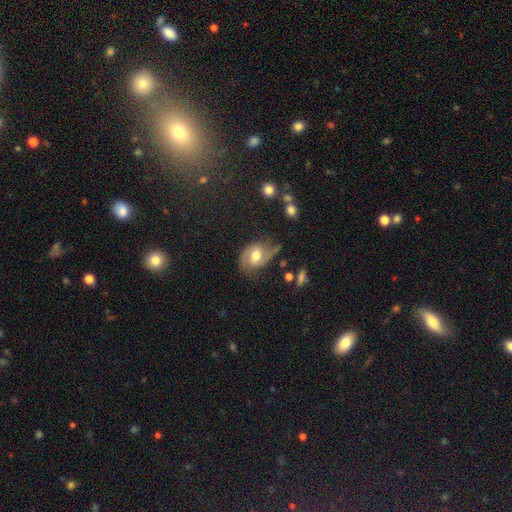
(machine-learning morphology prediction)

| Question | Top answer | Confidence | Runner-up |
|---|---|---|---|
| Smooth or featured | featured or disk | 64% | smooth (27%) |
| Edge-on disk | no | 96% | yes (4%) |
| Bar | no | 45% | weak (43%) |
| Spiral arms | yes | 88% | no (12%) |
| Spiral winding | medium | 45% | loose (35%) |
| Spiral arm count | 2 | 83% | can't tell (7%) |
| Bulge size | moderate | 71% | large (17%) |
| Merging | none | 56% | minor disturbance (27%) |